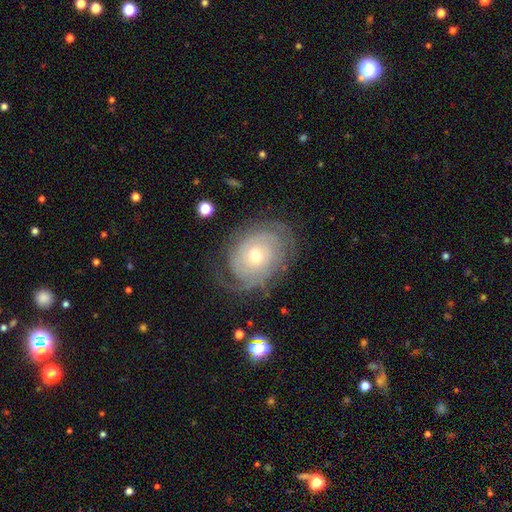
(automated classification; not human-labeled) The model was most divided on "bulge size": moderate: 51%, small: 45%, large: 2%, dominant: 1%, none: 1%. Remaining: edge-on disk — no (96%); spiral arms — yes (93%); smooth or featured — featured or disk (82%); bar — no (78%); spiral winding — tight (74%); merging — none (71%); spiral arm count — can't tell (38%).